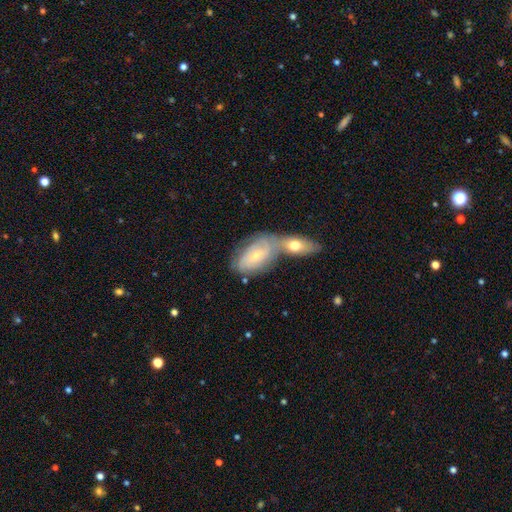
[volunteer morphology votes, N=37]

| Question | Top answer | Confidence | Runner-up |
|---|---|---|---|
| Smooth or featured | featured or disk | 70% | smooth (27%) |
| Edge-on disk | no | 92% | yes (8%) |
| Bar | no | 75% | weak (21%) |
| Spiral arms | yes | 88% | no (12%) |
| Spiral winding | tight | 52% | medium (38%) |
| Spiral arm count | can't tell | 67% | 2 (14%) |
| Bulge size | small | 83% | dominant (8%) |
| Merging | merger | 50% | none (39%) |